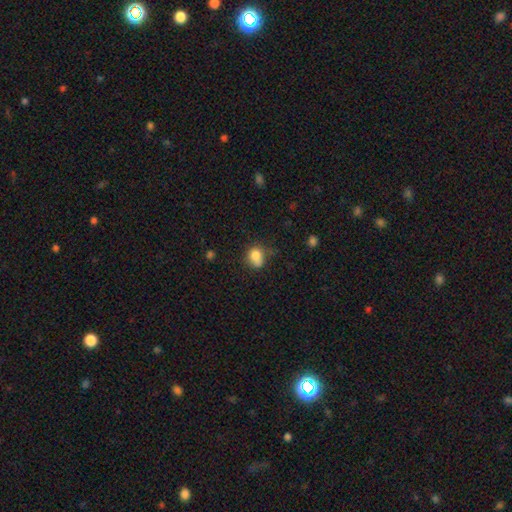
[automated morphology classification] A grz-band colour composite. It shows a smooth galaxy with no disk features (80%) that is round (62%). Merging: none (47%).